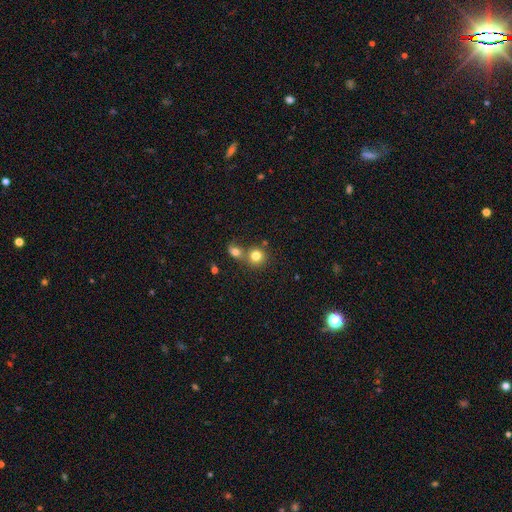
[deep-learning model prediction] smooth-or-featured: smooth: 79% | star or artifact: 12% | featured or disk: 9%
  how-rounded: round: 85% | in between: 14% | cigar-shaped: 1%
  merging: none: 52% | merger: 38% | minor disturbance: 8% | major disturbance: 3%